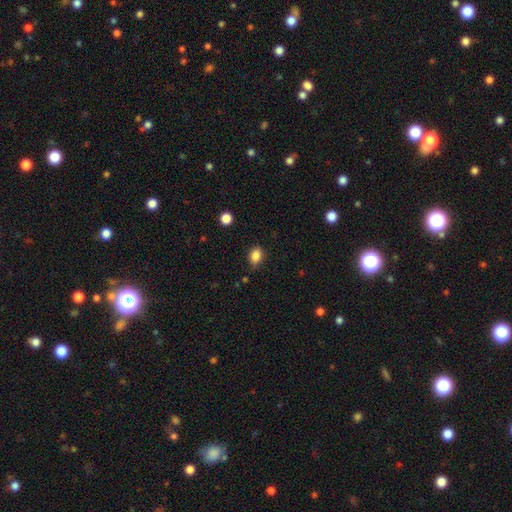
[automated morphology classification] smooth_or_featured: smooth (p=0.86) [alt: star or artifact p=0.10]
how_rounded: in between (p=0.71) [alt: round p=0.28]
merging: none (p=0.71) [alt: minor disturbance p=0.23]